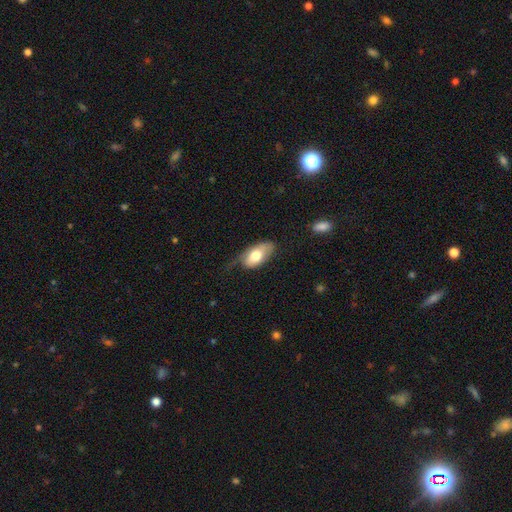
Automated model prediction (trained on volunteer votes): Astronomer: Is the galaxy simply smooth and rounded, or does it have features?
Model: smooth — 70%.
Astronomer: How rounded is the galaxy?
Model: in between — 92%.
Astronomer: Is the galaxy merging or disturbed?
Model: none — 40% (runner-up: minor disturbance, 36%).